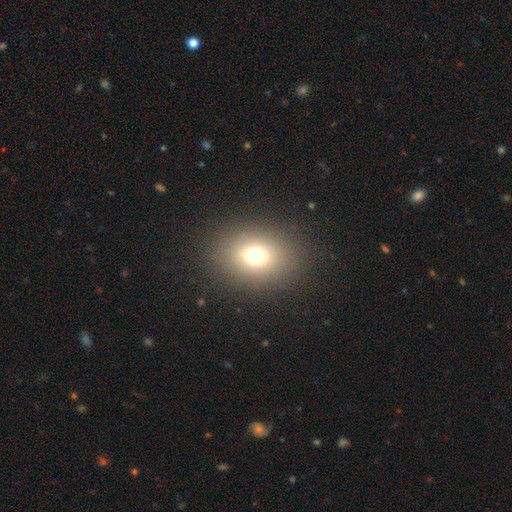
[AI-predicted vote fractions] smooth_or_featured: smooth (p=0.71) [alt: star or artifact p=0.17]
how_rounded: in between (p=0.54) [alt: round p=0.45]
merging: none (p=0.86) [alt: minor disturbance p=0.08]